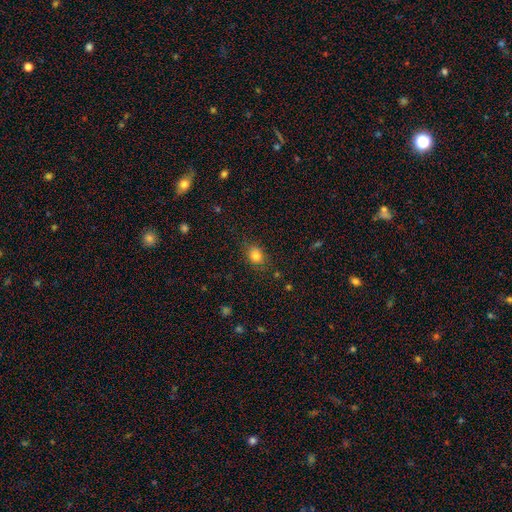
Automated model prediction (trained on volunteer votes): smooth-or-featured: smooth: 82% | star or artifact: 12% | featured or disk: 7%
  how-rounded: round: 53% | in between: 46% | cigar-shaped: 1%
  merging: none: 81% | minor disturbance: 14% | major disturbance: 4% | merger: 1%